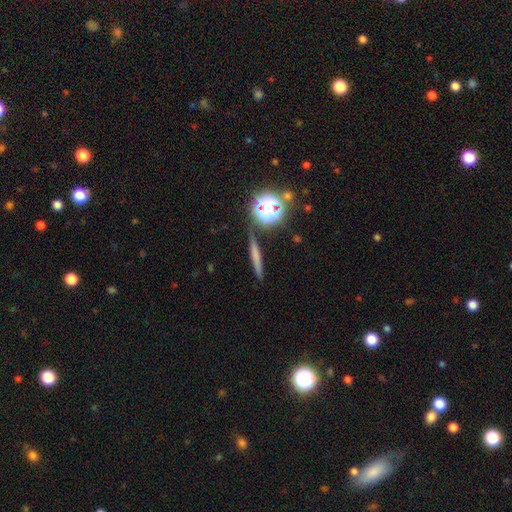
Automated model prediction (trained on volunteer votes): This appears to be a smooth galaxy with no disk features (58%) that is cigar-shaped (84%). Merging: none (84%).